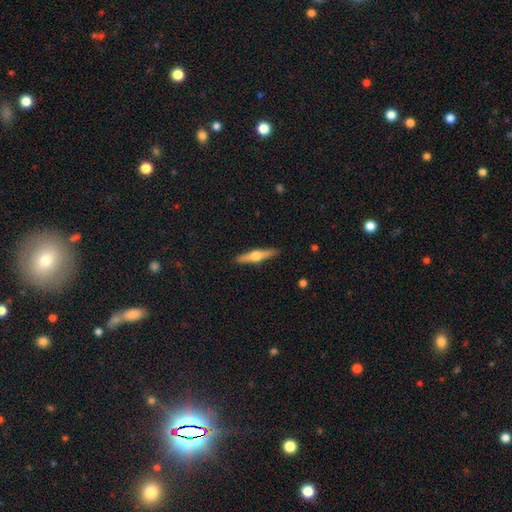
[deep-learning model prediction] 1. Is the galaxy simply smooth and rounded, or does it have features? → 66% featured or disk, 29% smooth, 5% star or artifact.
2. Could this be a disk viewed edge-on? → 97% yes, 3% no.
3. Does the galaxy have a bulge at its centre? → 95% rounded, 3% boxy, 2% none.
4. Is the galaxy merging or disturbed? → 91% none, 7% minor disturbance, 1% major disturbance, 1% merger.